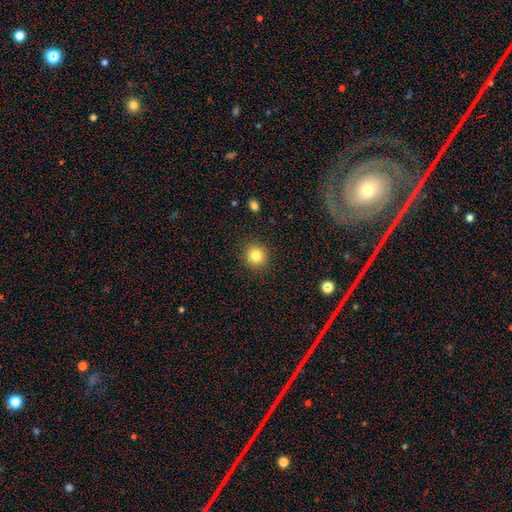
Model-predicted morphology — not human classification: Smooth or featured? smooth (82%)
How rounded? round (91%)
Merging? none (91%)